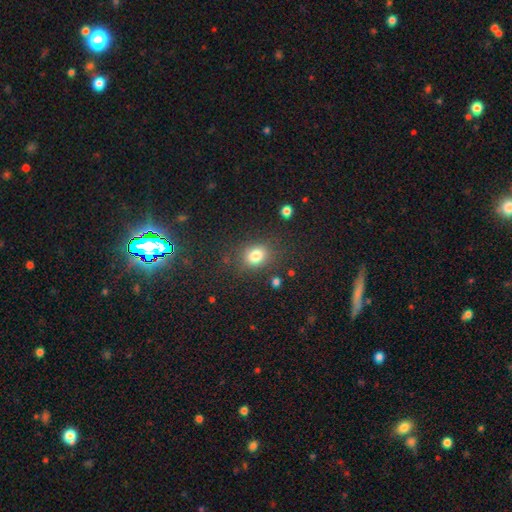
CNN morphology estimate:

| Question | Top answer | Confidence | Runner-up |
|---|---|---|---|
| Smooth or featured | smooth | 81% | star or artifact (12%) |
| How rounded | round | 51% | in between (48%) |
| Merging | none | 78% | minor disturbance (13%) |